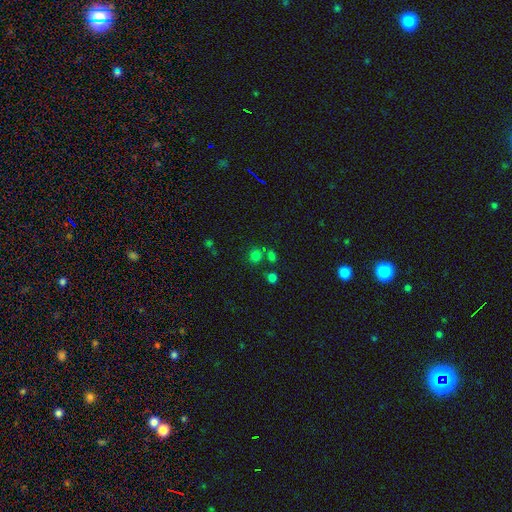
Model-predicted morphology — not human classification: smooth_or_featured: smooth (p=0.70) [alt: star or artifact p=0.23]
how_rounded: round (p=0.79) [alt: in between p=0.20]
merging: none (p=0.68) [alt: merger p=0.18]